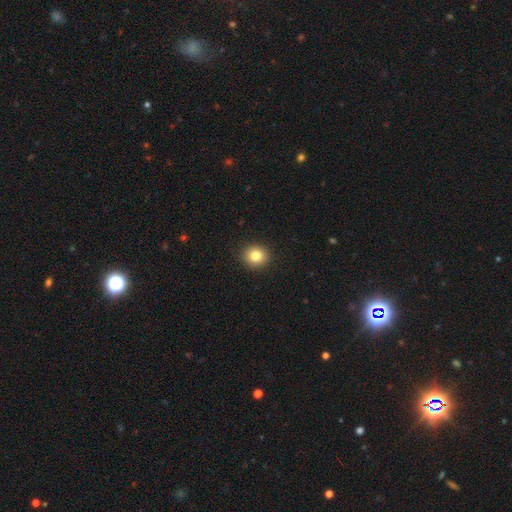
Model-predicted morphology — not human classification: smooth 83%, star or artifact 10%, featured or disk 7%. Down the decision tree: how rounded — round (82%); merging — none (92%).